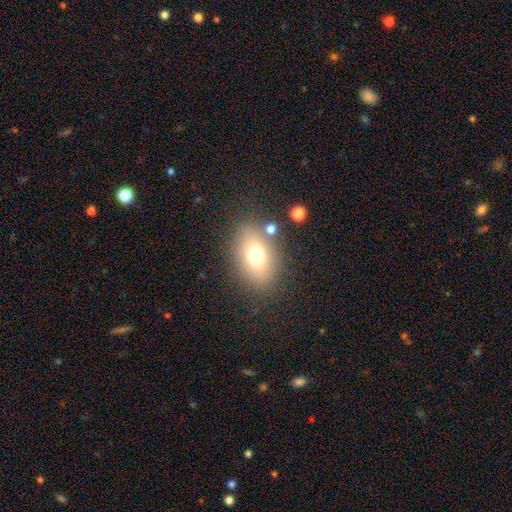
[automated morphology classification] smooth_or_featured: smooth (p=0.71) [alt: featured or disk p=0.16]
how_rounded: in between (p=0.76) [alt: round p=0.23]
merging: none (p=0.78) [alt: minor disturbance p=0.12]